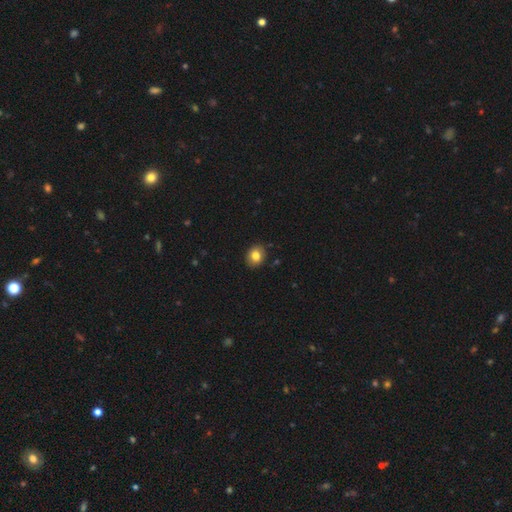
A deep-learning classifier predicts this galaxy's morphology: smooth-or-featured: smooth: 82% | star or artifact: 9% | featured or disk: 9%
  how-rounded: round: 58% | in between: 41% | cigar-shaped: 1%
  merging: none: 88% | minor disturbance: 9% | major disturbance: 2% | merger: 1%